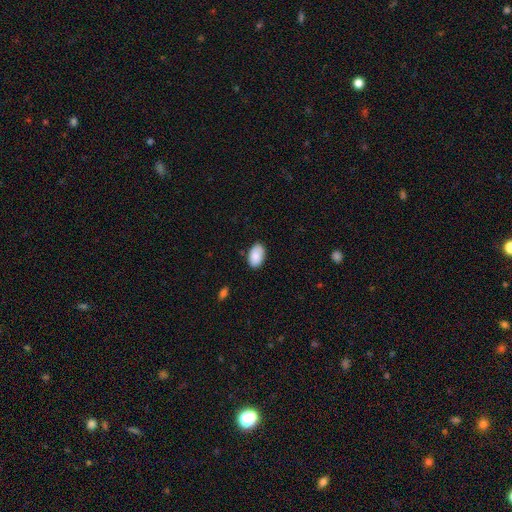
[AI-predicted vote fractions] The model was most divided on "merging": none: 84%, minor disturbance: 13%, major disturbance: 2%, merger: 1%. More confident: how rounded — in between (94%); smooth or featured — smooth (88%).